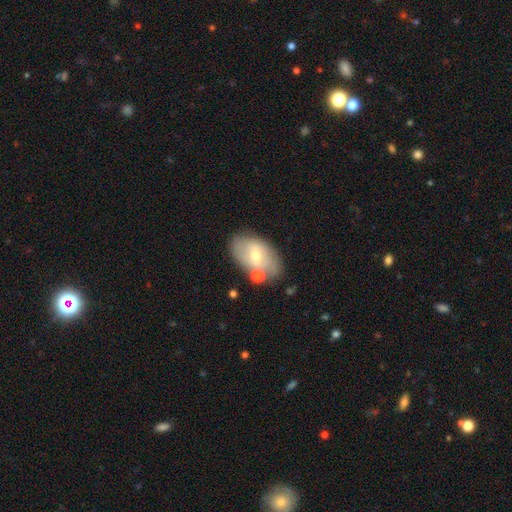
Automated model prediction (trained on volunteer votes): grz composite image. It shows a featured or disk galaxy (48%). Merging: none (68%).